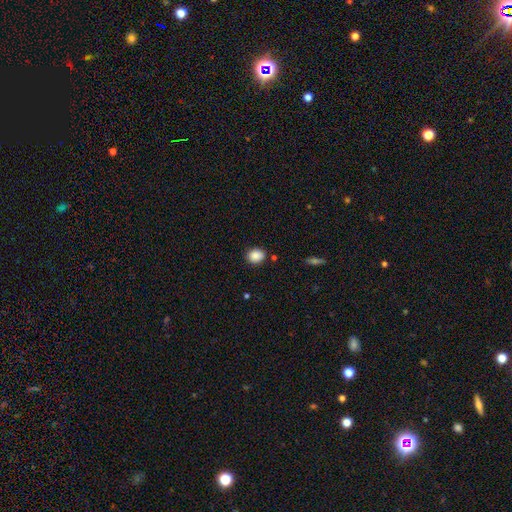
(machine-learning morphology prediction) smooth 87%, star or artifact 9%, featured or disk 4%. Down the decision tree: how rounded — round (57%); merging — none (84%).